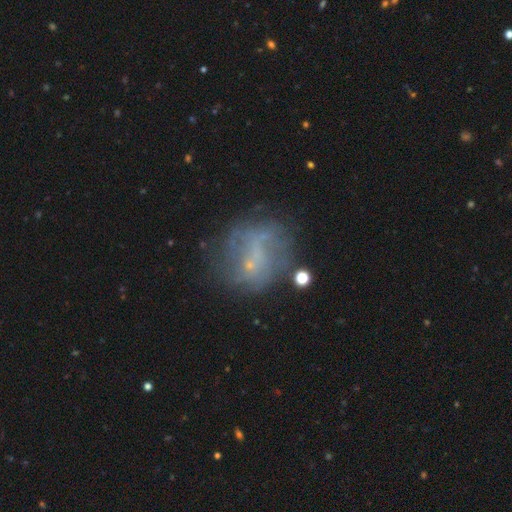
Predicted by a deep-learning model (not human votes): A featured or disk galaxy (48%).

Vote fractions:
- Smooth or featured? featured or disk: 48% / smooth: 34% / star or artifact: 18%
- Merging? none: 55% / minor disturbance: 20% / major disturbance: 18% / merger: 6%